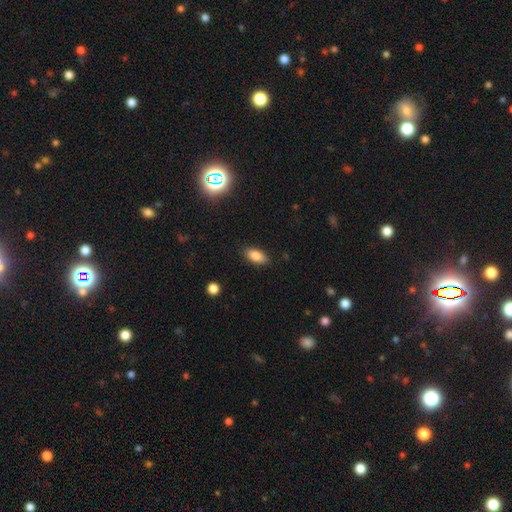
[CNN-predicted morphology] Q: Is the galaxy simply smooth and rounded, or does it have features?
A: smooth — 84%.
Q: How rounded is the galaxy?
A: in between — 89%.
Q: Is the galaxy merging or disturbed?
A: none — 87%.